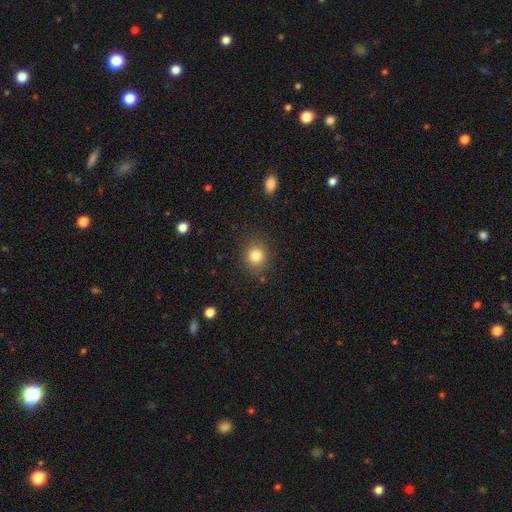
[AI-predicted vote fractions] Smooth or featured? Predicted: smooth (p=0.82). How rounded? Predicted: round (p=0.83). Merging? Predicted: none (p=0.86).